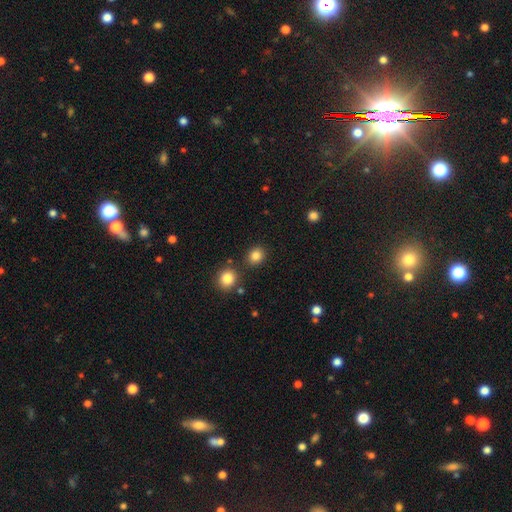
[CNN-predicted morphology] Overall: smooth (84%). How rounded: round (78%). Merging: none (84%).